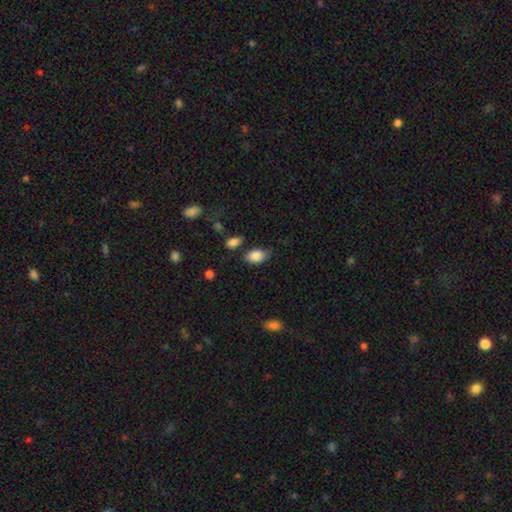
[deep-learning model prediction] This is clearly a smooth galaxy (87%). How rounded: clearly in between (87%). Merging: likely none (69%).